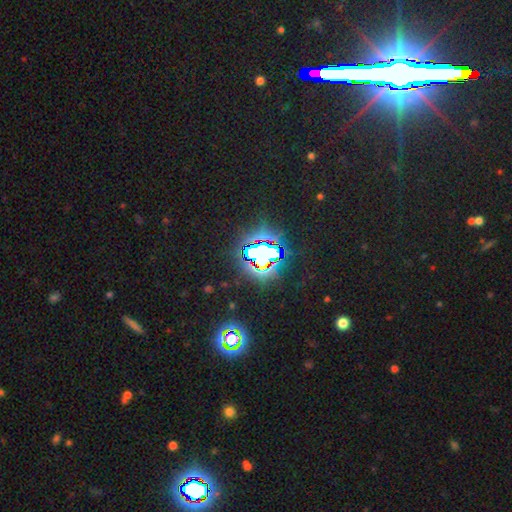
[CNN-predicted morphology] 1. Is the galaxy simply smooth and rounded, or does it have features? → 73% star or artifact, 16% smooth, 10% featured or disk.